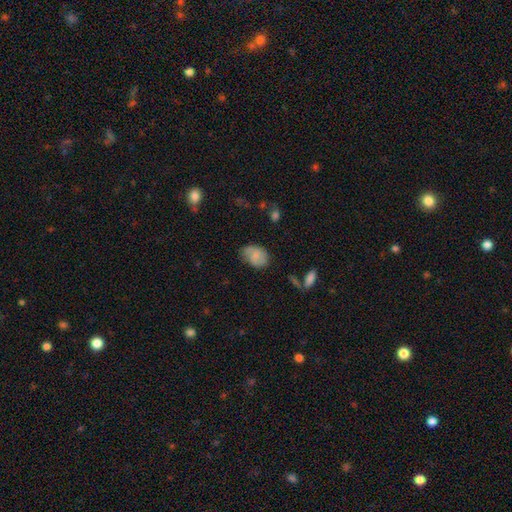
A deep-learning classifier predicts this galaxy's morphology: Smooth or featured? smooth (63%)
How rounded? in between (75%)
Merging? none (63%)